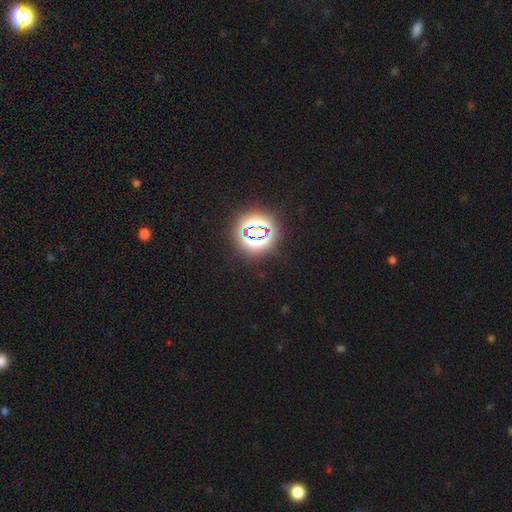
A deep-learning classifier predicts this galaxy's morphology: The model was most divided on "smooth or featured": star or artifact: 83%, smooth: 12%, featured or disk: 5%.